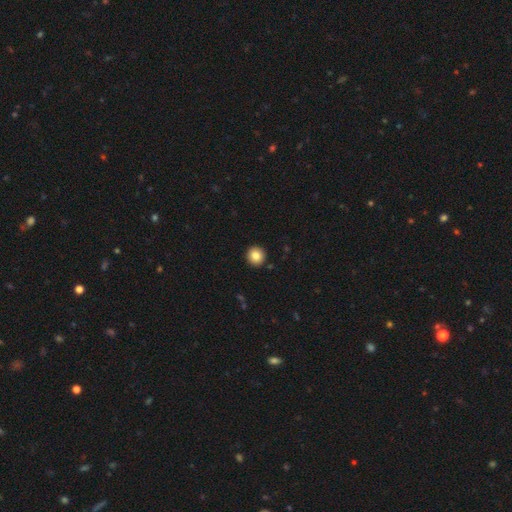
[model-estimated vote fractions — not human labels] Smooth or featured: smooth — 85% (star or artifact — 9%)
How rounded: round — 94% (in between — 5%)
Merging: none — 93% (minor disturbance — 5%)